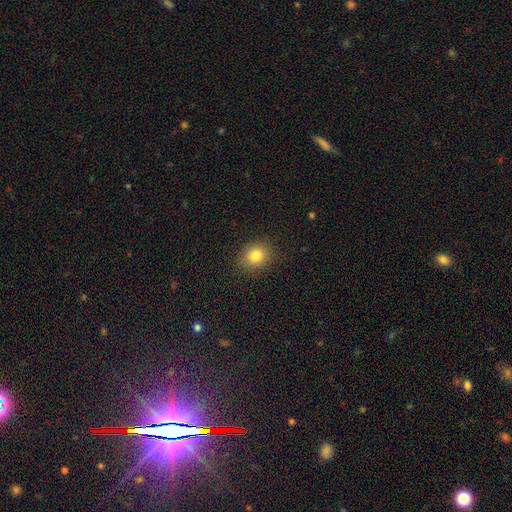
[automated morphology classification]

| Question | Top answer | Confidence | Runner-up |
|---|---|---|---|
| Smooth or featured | smooth | 82% | star or artifact (11%) |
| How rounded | round | 72% | in between (27%) |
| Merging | none | 88% | minor disturbance (8%) |